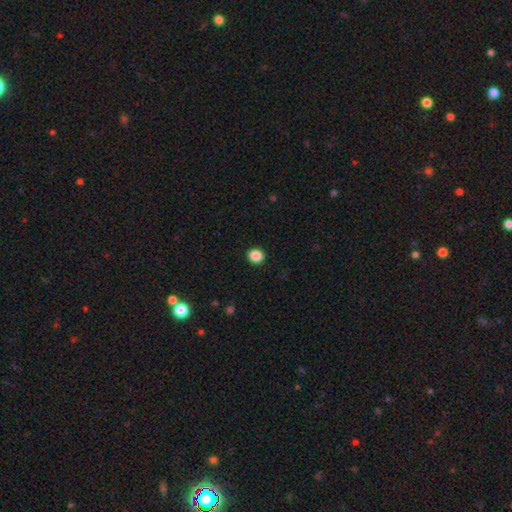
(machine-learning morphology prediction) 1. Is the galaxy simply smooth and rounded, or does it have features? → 88% smooth, 9% star or artifact, 3% featured or disk.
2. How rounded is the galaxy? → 80% round, 19% in between, 1% cigar-shaped.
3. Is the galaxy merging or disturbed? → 92% none, 5% minor disturbance, 2% major disturbance, 1% merger.